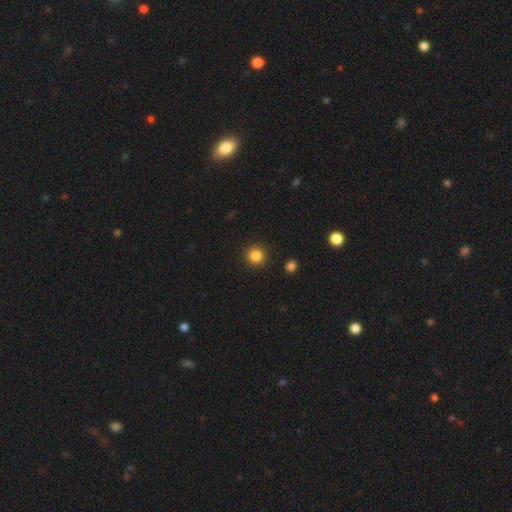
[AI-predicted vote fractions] A smooth galaxy with no disk features (85%) that is round (94%). Merging: none (92%).